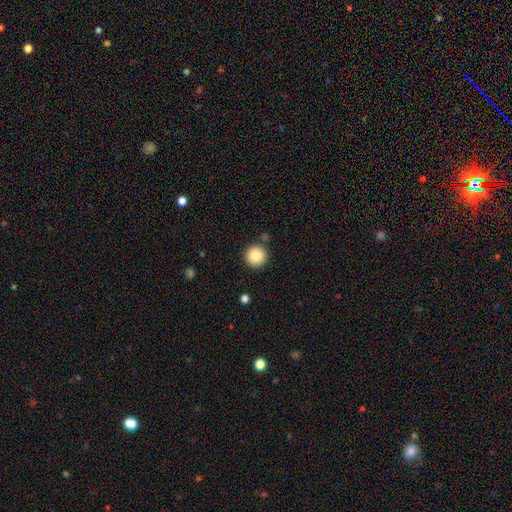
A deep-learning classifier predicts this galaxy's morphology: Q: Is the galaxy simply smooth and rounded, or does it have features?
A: smooth — 86%.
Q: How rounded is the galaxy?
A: round — 96%.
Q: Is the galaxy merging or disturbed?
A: none — 89%.